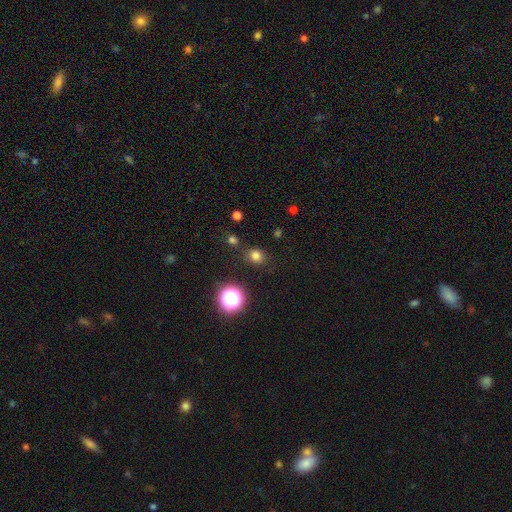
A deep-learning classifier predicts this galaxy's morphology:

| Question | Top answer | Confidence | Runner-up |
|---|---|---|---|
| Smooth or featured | smooth | 76% | star or artifact (19%) |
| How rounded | round | 75% | in between (24%) |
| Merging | none | 84% | minor disturbance (10%) |